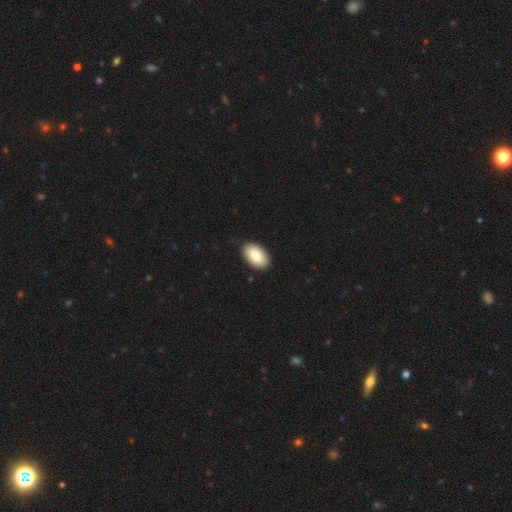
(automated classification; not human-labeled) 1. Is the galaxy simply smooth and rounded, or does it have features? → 84% smooth, 10% featured or disk, 6% star or artifact.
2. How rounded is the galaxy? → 94% in between, 4% round, 1% cigar-shaped.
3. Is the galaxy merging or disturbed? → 89% none, 8% minor disturbance, 2% major disturbance, 1% merger.